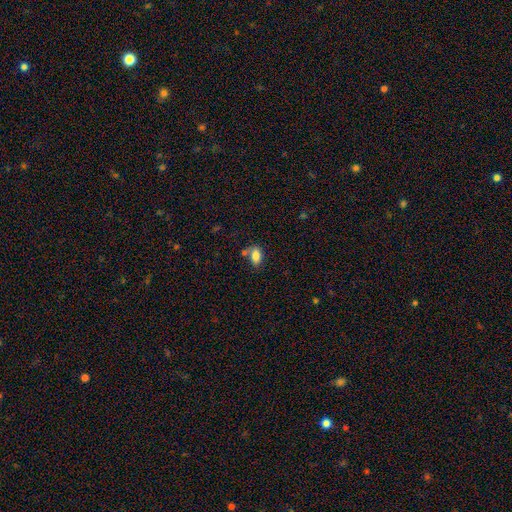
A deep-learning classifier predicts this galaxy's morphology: This appears to be a smooth galaxy with no disk features (84%) that is in between round and cigar-shaped (89%). Merging: none (63%).